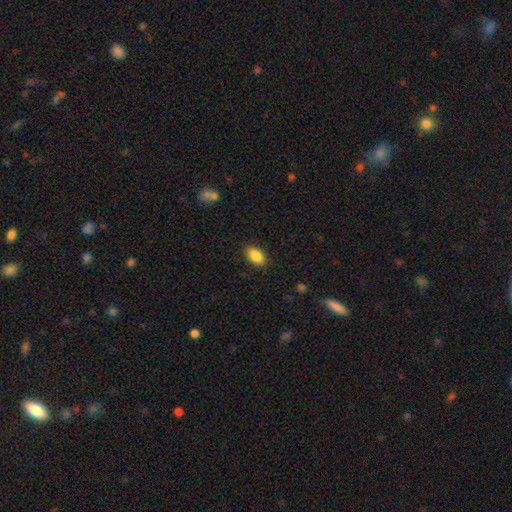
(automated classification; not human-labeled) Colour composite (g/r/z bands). It shows a smooth galaxy with no disk features (88%) that is in between round and cigar-shaped (90%). Merging: none (88%).